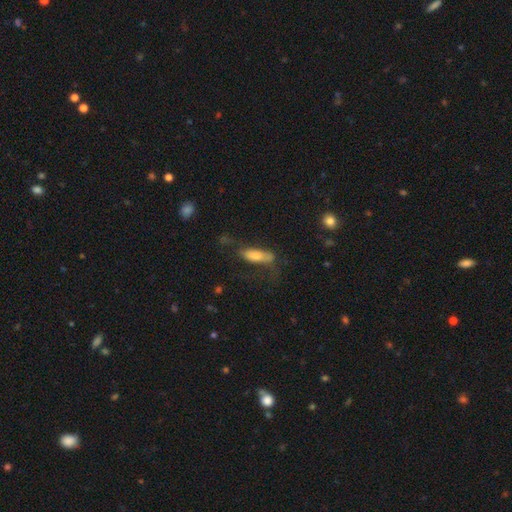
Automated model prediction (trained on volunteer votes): Smooth or featured? smooth (64%)
How rounded? in between (53%)
Merging? none (50%)